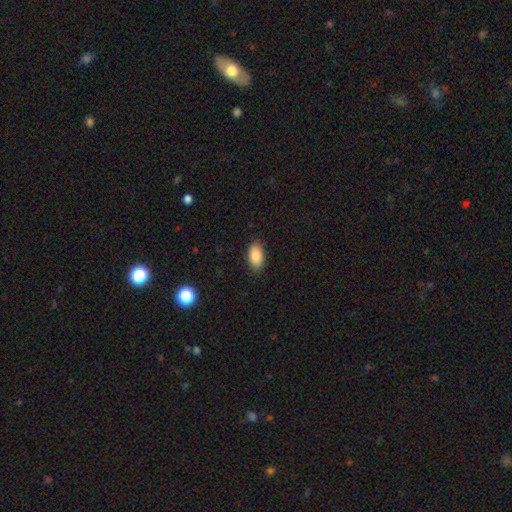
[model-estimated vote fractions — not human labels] smooth 88%, star or artifact 7%, featured or disk 5%. Down the decision tree: how rounded — in between (93%); merging — none (87%).